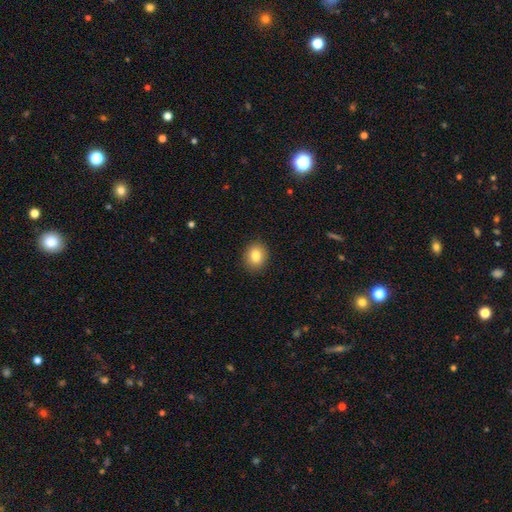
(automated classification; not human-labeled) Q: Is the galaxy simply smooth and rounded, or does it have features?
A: smooth — 83%.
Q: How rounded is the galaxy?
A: round — 61%.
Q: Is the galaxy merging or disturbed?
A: none — 90%.